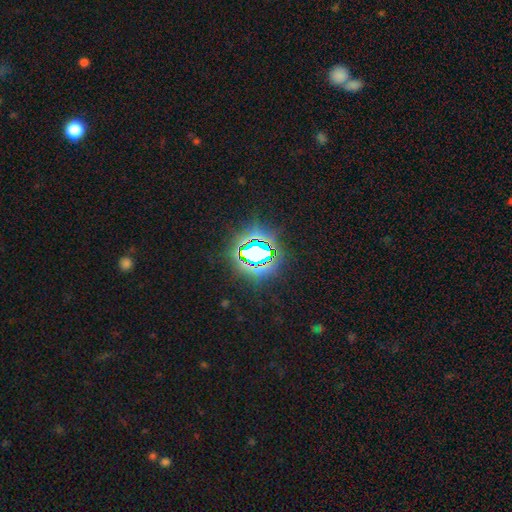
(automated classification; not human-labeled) Morphology: type=star or artifact (73%).